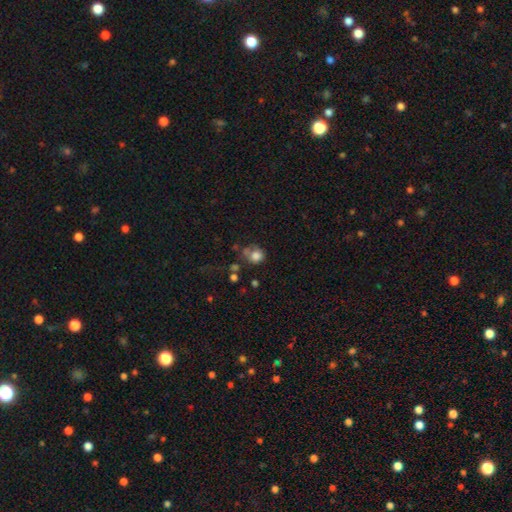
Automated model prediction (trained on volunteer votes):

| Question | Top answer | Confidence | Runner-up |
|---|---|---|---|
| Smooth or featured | smooth | 75% | featured or disk (14%) |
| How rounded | round | 69% | in between (30%) |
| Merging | none | 38% | minor disturbance (23%) |